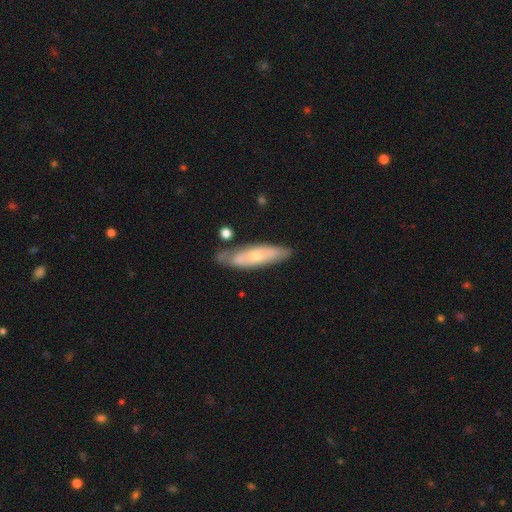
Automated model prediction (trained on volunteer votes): Smooth or featured? Predicted: featured or disk (p=0.51). Edge-on disk? Predicted: no (p=0.61). Merging? Predicted: none (p=0.69).